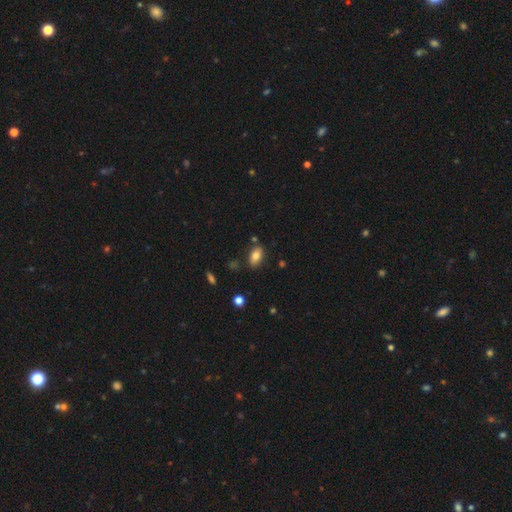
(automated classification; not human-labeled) A smooth galaxy with no disk features (79%) that is in between round and cigar-shaped (90%). Merging: none (79%).